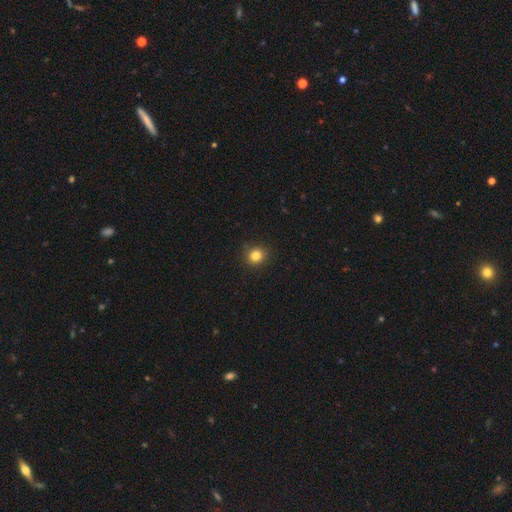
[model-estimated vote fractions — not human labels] smooth_or_featured: smooth (p=0.82) [alt: star or artifact p=0.12]
how_rounded: round (p=0.89) [alt: in between p=0.10]
merging: none (p=0.90) [alt: minor disturbance p=0.07]